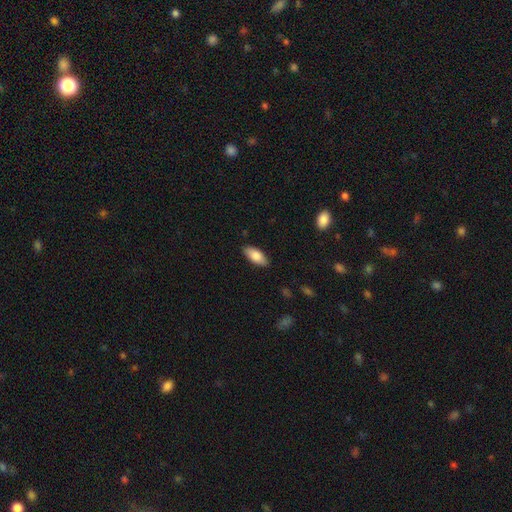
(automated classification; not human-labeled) Morphology: type=smooth (83%); roundness=in between (87%); merging=none (87%).